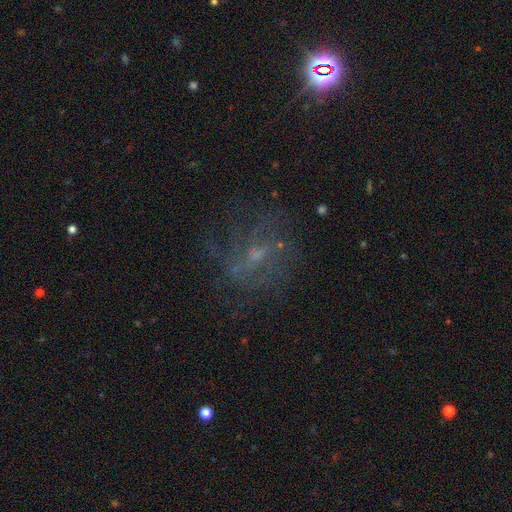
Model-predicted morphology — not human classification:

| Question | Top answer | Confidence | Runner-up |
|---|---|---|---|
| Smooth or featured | featured or disk | 58% | star or artifact (22%) |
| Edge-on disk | no | 96% | yes (4%) |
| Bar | no | 54% | weak (38%) |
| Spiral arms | yes | 62% | no (38%) |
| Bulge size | small | 51% | moderate (28%) |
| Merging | none | 59% | major disturbance (21%) |